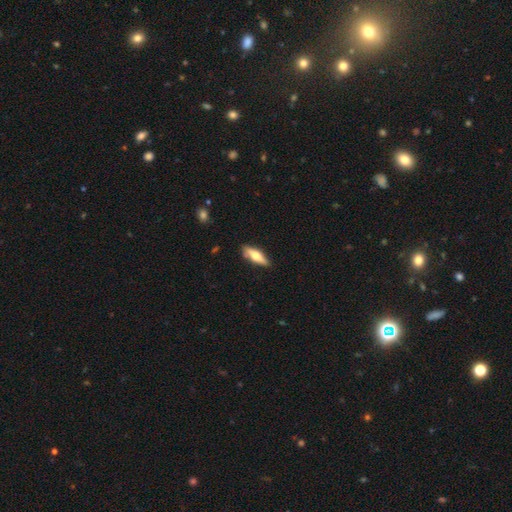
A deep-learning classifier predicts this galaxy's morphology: This appears to be a smooth galaxy with no disk features (55%) that is cigar-shaped (50%). Merging: none (83%).